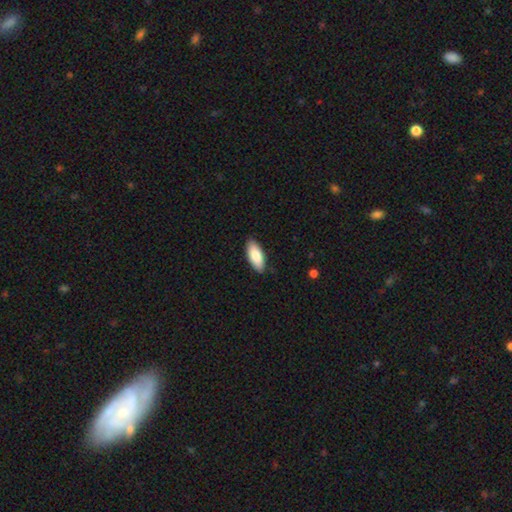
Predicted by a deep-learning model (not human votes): A smooth galaxy with no disk features (86%) that is in between round and cigar-shaped (83%). Merging: none (87%).